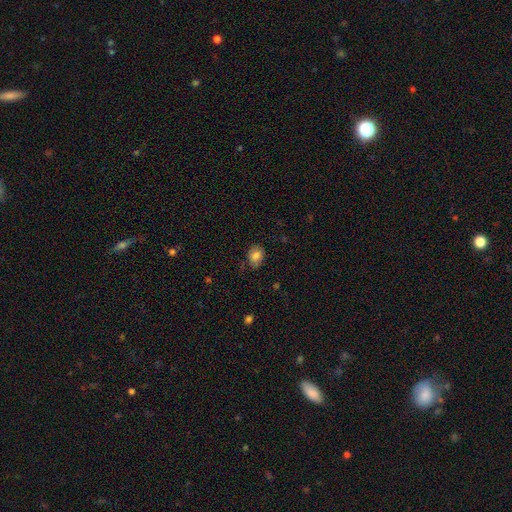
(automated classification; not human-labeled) Morphology: type=smooth (81%); roundness=in between (60%); merging=none (71%).